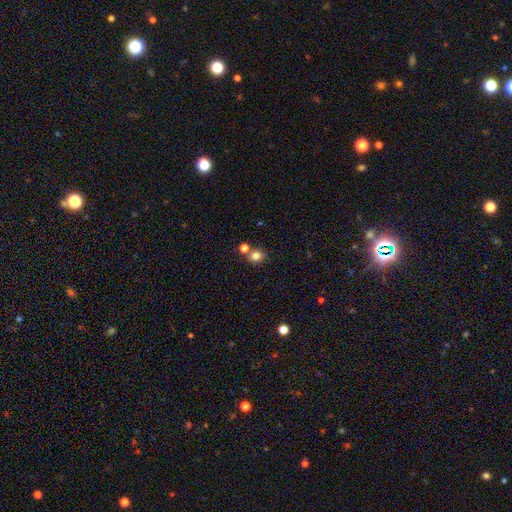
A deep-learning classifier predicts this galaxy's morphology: This appears to be a smooth galaxy with no disk features (81%) that is round (81%). Merging: none (70%).